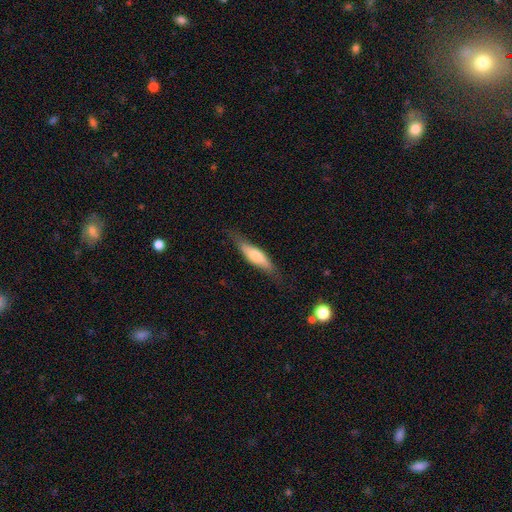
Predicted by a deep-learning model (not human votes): A smooth galaxy with no disk features (61%) that is cigar-shaped (68%).

Vote fractions:
- Smooth or featured? smooth: 61% / featured or disk: 34% / star or artifact: 6%
- How rounded? cigar-shaped: 68% / in between: 30% / round: 2%
- Merging? none: 76% / minor disturbance: 18% / major disturbance: 5% / merger: 1%